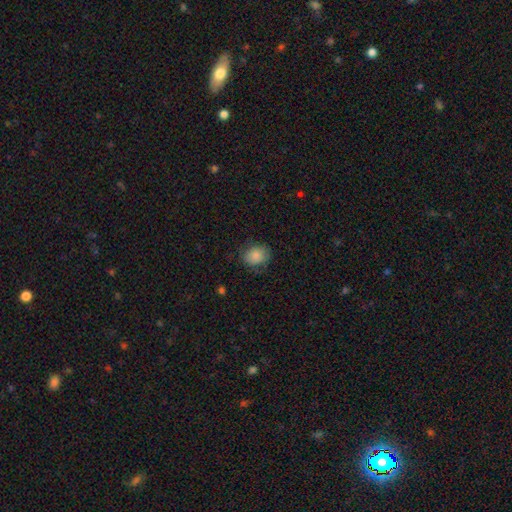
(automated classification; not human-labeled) Overall: smooth (85%). How rounded: round (62%; in between 37%). Merging: none (75%).